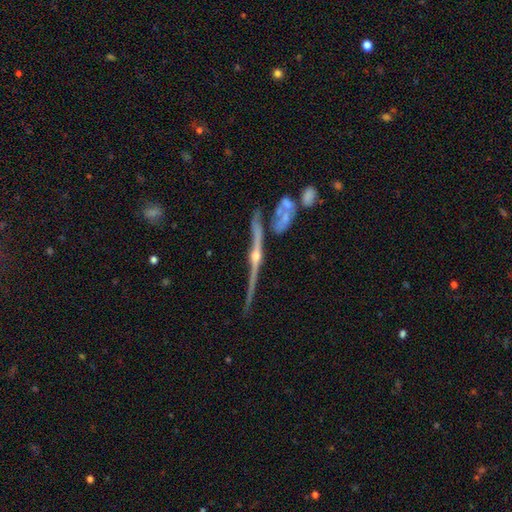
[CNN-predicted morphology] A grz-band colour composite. It shows a featured or disk galaxy (86%) viewed edge-on (95%) with a rounded central bulge (94%). Merging: none (63%).